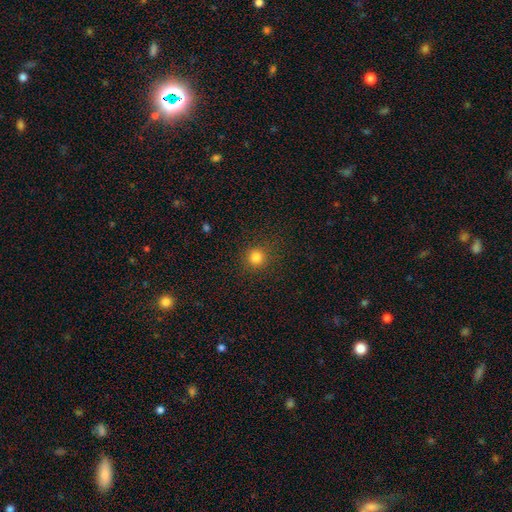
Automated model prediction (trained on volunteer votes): Overall: smooth (80%). How rounded: round (94%). Merging: none (91%).